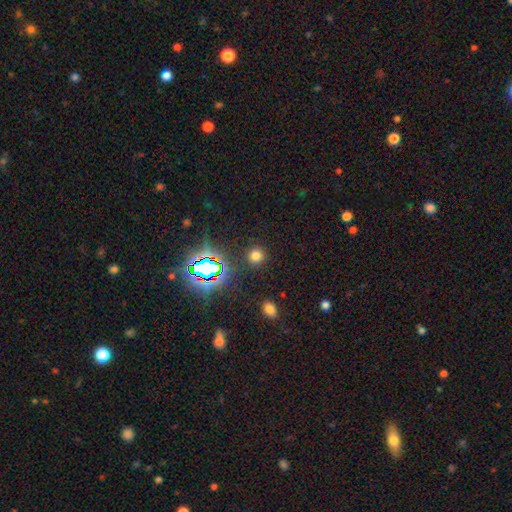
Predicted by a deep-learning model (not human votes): This appears to be a smooth galaxy with no disk features (68%) that is round (92%). Merging: none (89%).